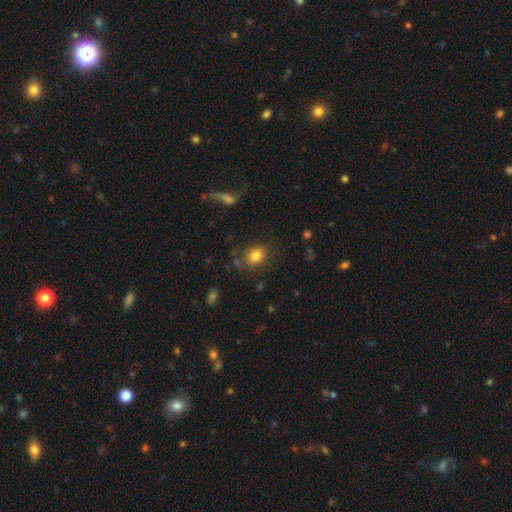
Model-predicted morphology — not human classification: The model was most divided on "how rounded": round: 71%, in between: 29%, cigar-shaped: 1%. More confident: smooth or featured — smooth (82%); merging — none (79%).